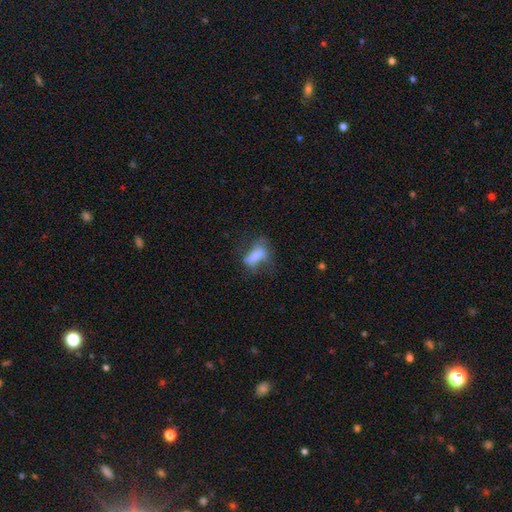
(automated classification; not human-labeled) Morphology: type=smooth (64%); roundness=in between (83%); merging=major disturbance (36%).